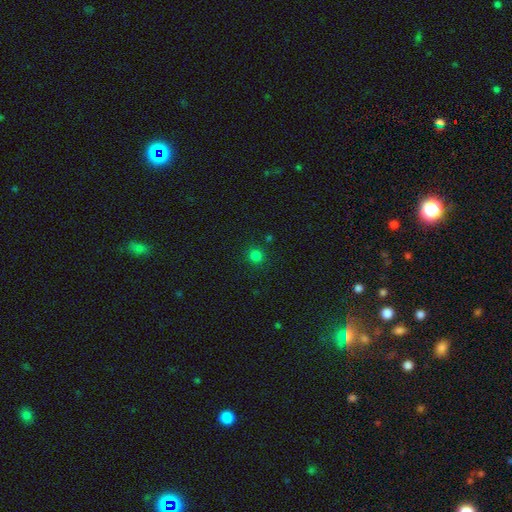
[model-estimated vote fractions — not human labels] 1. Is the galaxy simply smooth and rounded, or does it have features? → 79% smooth, 17% star or artifact, 4% featured or disk.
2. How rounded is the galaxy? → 93% round, 6% in between, 1% cigar-shaped.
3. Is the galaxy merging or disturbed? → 89% none, 6% minor disturbance, 2% merger, 2% major disturbance.